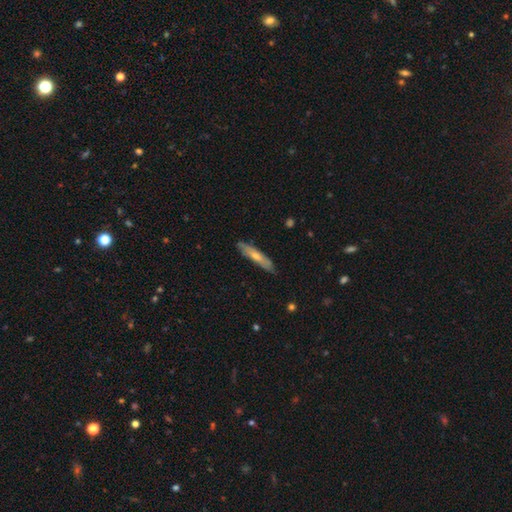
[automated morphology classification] Overall: featured or disk (51%; smooth 43%). Edge-on disk: yes (79%). Merging: none (87%).